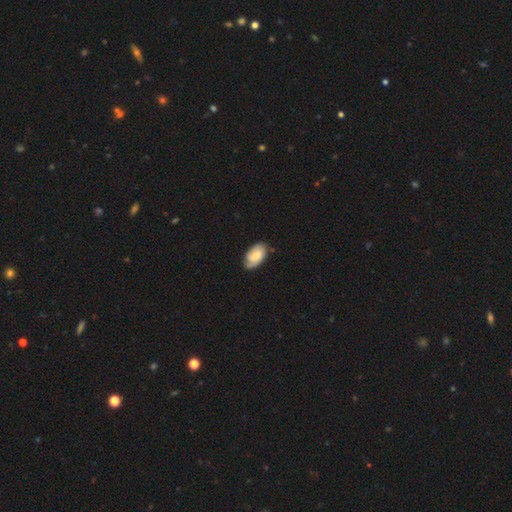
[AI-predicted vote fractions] This appears to be a smooth galaxy with no disk features (51%) that is in between round and cigar-shaped (93%). Merging: none (72%).